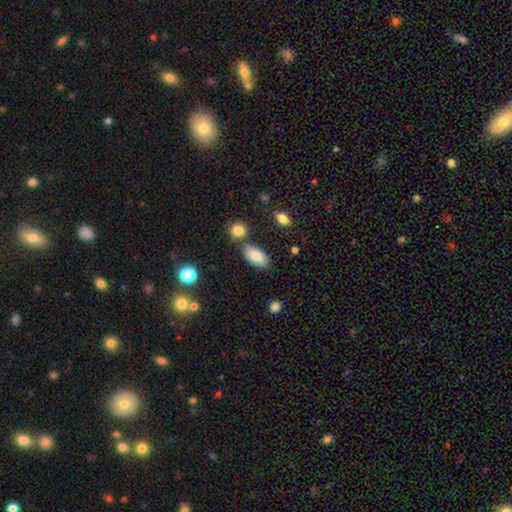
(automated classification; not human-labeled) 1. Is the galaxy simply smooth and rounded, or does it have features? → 83% smooth, 9% featured or disk, 7% star or artifact.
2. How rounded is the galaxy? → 91% in between, 6% cigar-shaped, 3% round.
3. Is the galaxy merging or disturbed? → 74% none, 12% minor disturbance, 10% merger, 3% major disturbance.